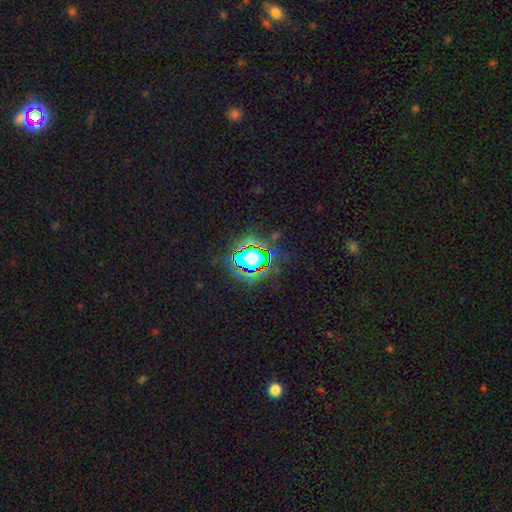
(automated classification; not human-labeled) smooth_or_featured: star or artifact (p=0.80) [alt: smooth p=0.13]